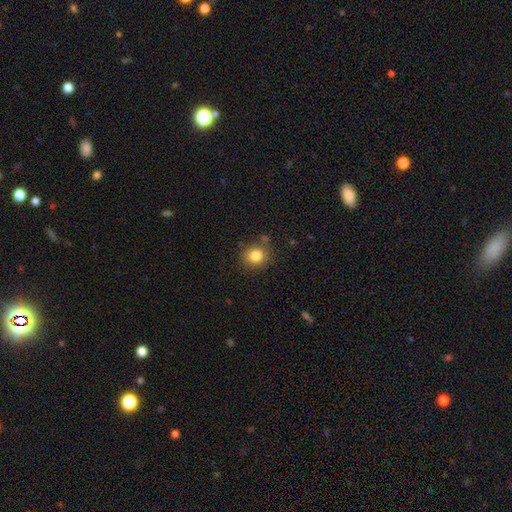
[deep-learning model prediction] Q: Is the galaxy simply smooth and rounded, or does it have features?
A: smooth — 82%.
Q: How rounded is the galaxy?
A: round — 84%.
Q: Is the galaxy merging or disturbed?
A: none — 82%.